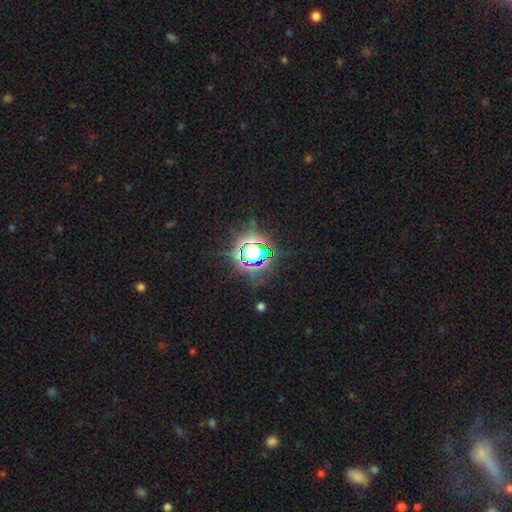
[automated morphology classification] This is likely a star or artifact rather than a galaxy (69%).